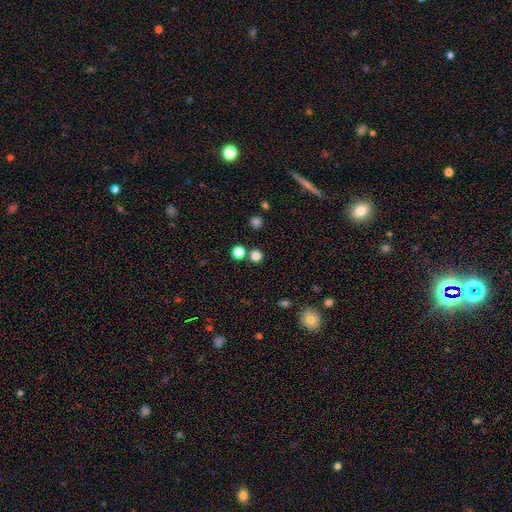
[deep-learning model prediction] smooth 79%, star or artifact 16%, featured or disk 5%. Down the decision tree: how rounded — round (93%); merging — none (80%).